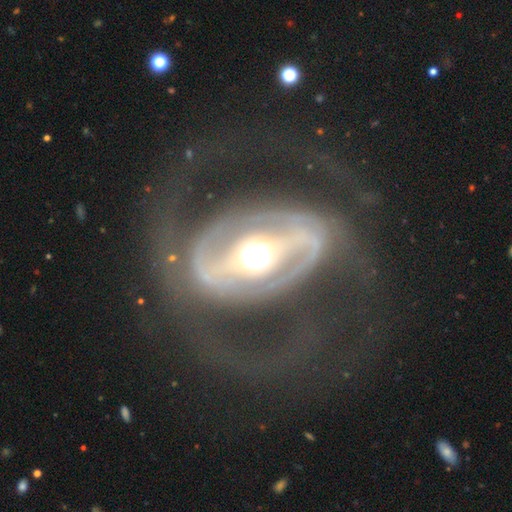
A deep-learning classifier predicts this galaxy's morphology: This appears to be a featured or disk galaxy (85%) with a strong bar (62%), 2 (82%) medium (43%) spiral arms (71%) and a moderate central bulge (61%). Merging: none (63%).